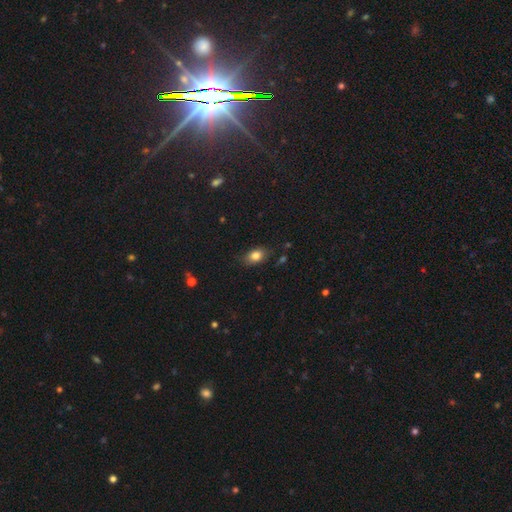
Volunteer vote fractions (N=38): Smooth or featured?
  - smooth: 89% *
  - featured or disk: 5%
  - star or artifact: 5%
How rounded?
  - in between: 85% *
  - round: 12%
  - cigar-shaped: 3%
Merging?
  - none: 72% *
  - minor disturbance: 17%
  - major disturbance: 11%
  - merger: 0%